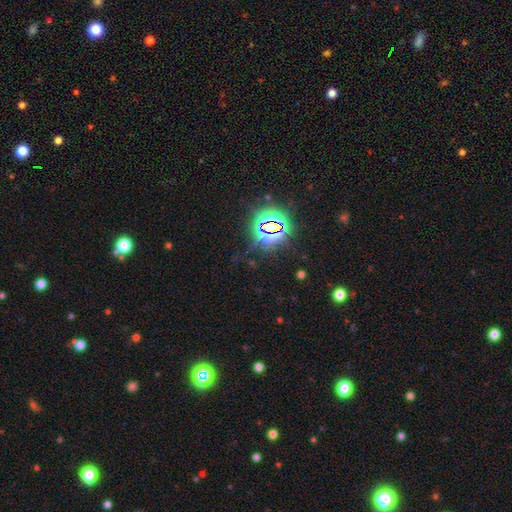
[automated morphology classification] type=star or artifact (66%).